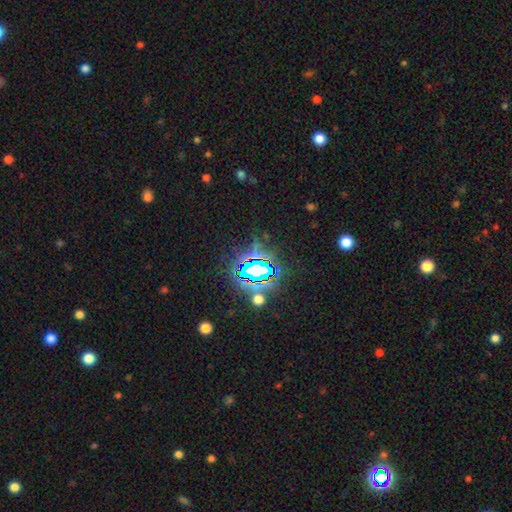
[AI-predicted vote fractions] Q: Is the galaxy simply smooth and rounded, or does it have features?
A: star or artifact — 75%.